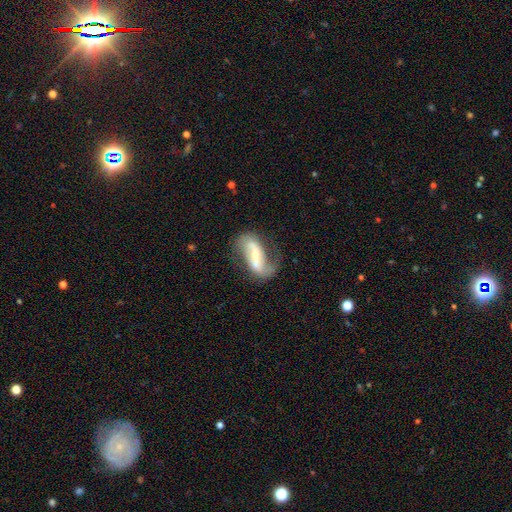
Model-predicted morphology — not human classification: type=featured or disk (80%); edge-on=no (92%); bar=strong (57%); spiral arms=yes (89%); winding=loose (63%); arm count=2 (85%); bulge=small (52%); merging=none (60%).